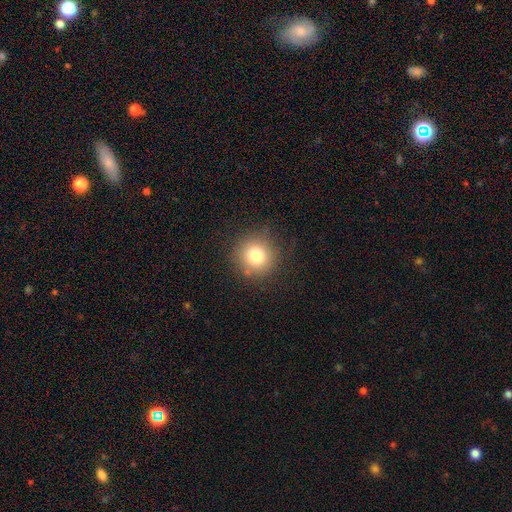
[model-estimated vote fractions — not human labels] Q: Smooth or featured?
A: smooth (78%); runner-up: star or artifact (12%)
Q: How rounded?
A: round (94%); runner-up: in between (5%)
Q: Merging?
A: none (85%); runner-up: minor disturbance (10%)